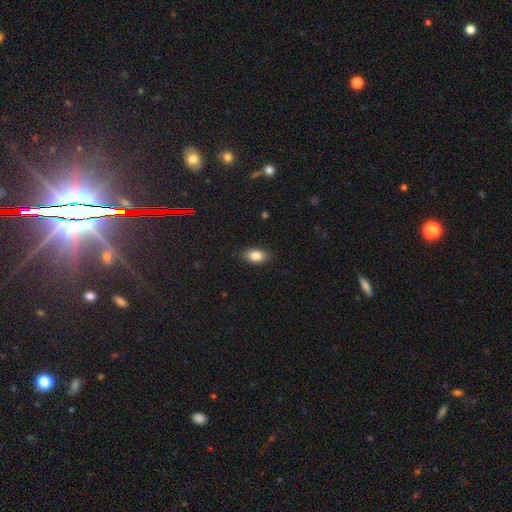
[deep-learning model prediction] smooth 85%, star or artifact 8%, featured or disk 7%. Down the decision tree: how rounded — in between (91%); merging — none (87%).